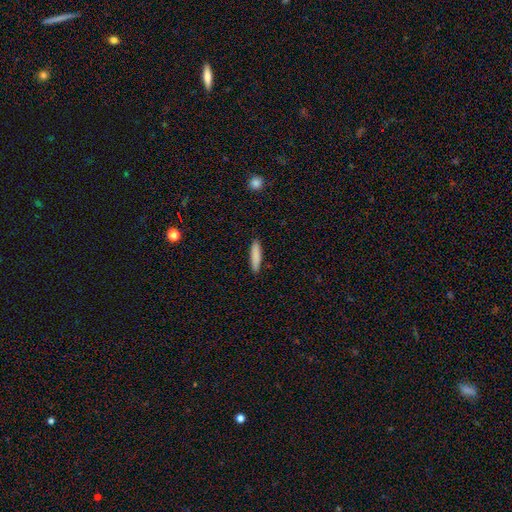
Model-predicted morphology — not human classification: The model was most divided on "how rounded": cigar-shaped: 81%, in between: 18%, round: 1%. More confident: merging — none (89%); smooth or featured — smooth (85%).